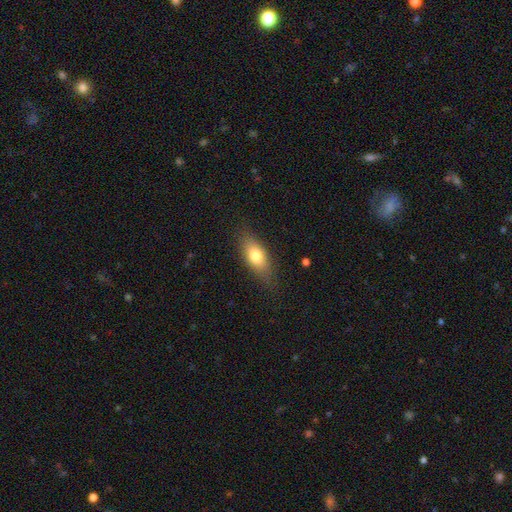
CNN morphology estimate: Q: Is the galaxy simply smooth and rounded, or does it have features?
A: smooth — 75%.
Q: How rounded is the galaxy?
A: in between — 78%.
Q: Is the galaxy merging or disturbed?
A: none — 80%.